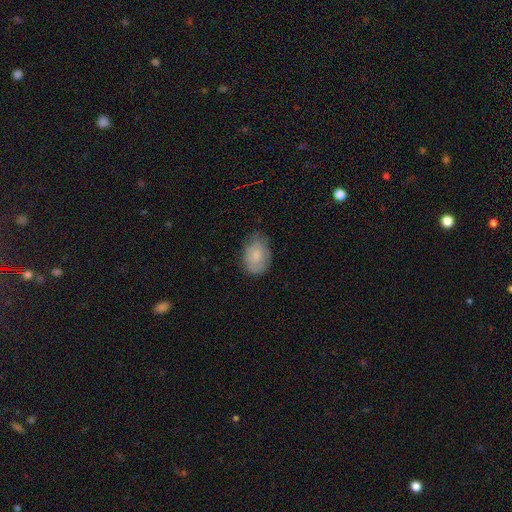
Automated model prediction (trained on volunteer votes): A smooth galaxy with no disk features (76%) that is in between round and cigar-shaped (83%).

Vote fractions:
- Smooth or featured? smooth: 76% / featured or disk: 16% / star or artifact: 7%
- How rounded? in between: 83% / round: 16% / cigar-shaped: 1%
- Merging? none: 67% / minor disturbance: 25% / major disturbance: 6% / merger: 1%